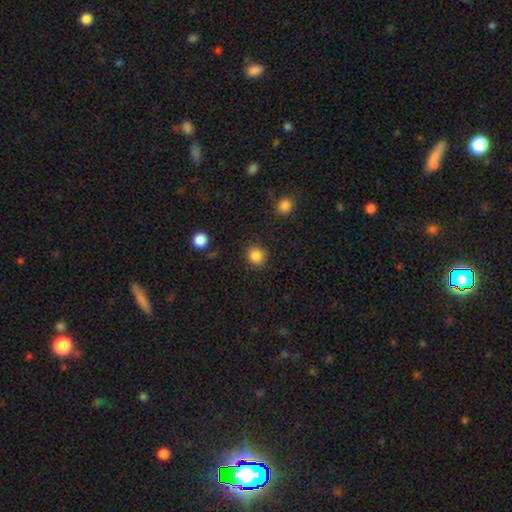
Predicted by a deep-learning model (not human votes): Smooth or featured: smooth — 86% (star or artifact — 10%)
How rounded: round — 90% (in between — 9%)
Merging: none — 89% (minor disturbance — 7%)